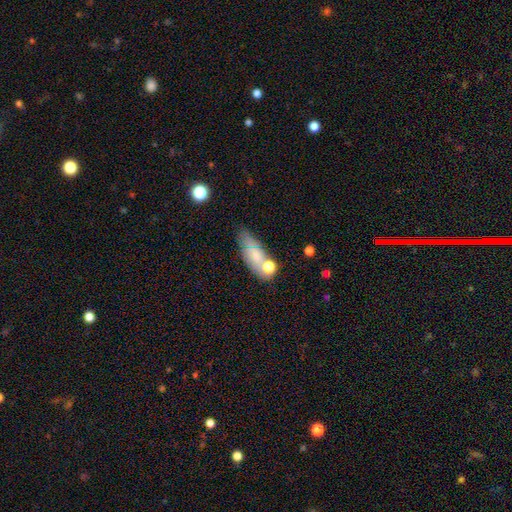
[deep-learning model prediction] Q: Smooth or featured?
A: smooth (69%); runner-up: featured or disk (20%)
Q: How rounded?
A: in between (69%); runner-up: cigar-shaped (25%)
Q: Merging?
A: none (55%); runner-up: minor disturbance (21%)